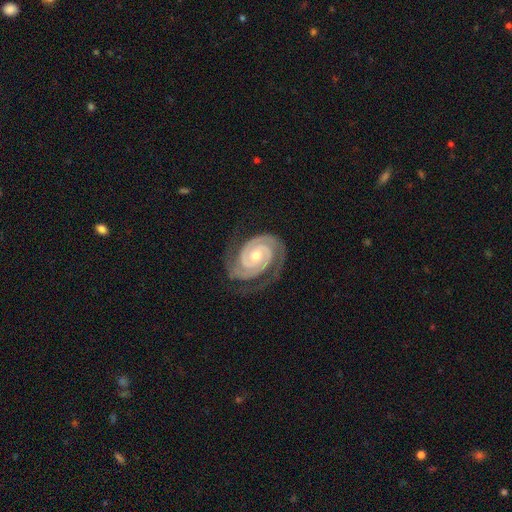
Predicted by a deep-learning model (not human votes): Smooth or featured? Predicted: featured or disk (p=0.94). Edge-on disk? Predicted: no (p=0.98). Bar? Predicted: no (p=0.62). Spiral arms? Predicted: yes (p=0.99). Spiral winding? Predicted: tight (p=0.78). Spiral arm count? Predicted: 2 (p=0.87). Bulge size? Predicted: moderate (p=0.61). Merging? Predicted: none (p=0.75).